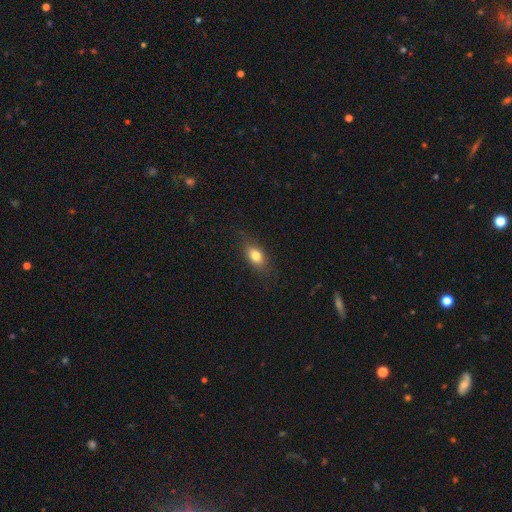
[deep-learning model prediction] This appears to be a smooth galaxy with no disk features (78%) that is in between round and cigar-shaped (79%). Merging: none (80%).